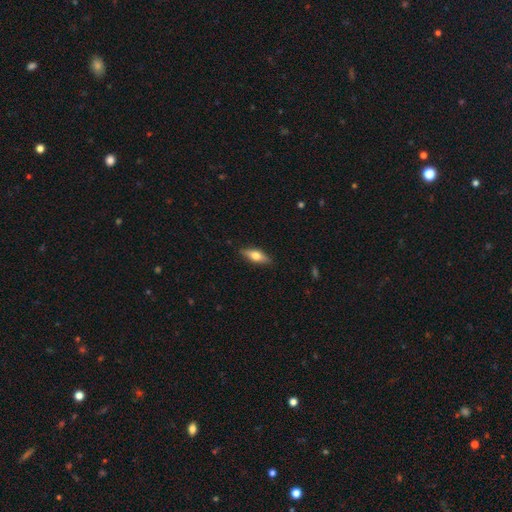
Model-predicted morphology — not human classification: smooth-or-featured: smooth: 54% | featured or disk: 40% | star or artifact: 6%
  how-rounded: in between: 57% | cigar-shaped: 39% | round: 3%
  merging: none: 87% | minor disturbance: 10% | major disturbance: 2% | merger: 1%